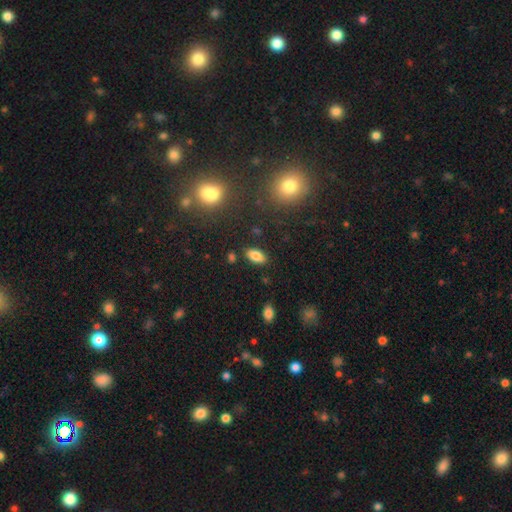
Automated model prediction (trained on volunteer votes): Smooth or featured? smooth (81%)
How rounded? in between (91%)
Merging? none (86%)